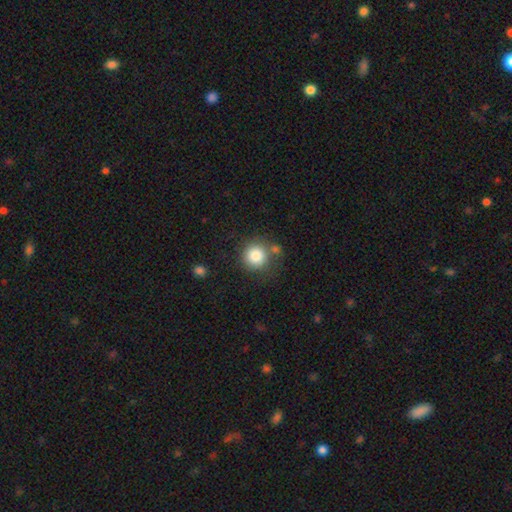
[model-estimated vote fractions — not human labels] Smooth or featured? Predicted: smooth (p=0.83). How rounded? Predicted: round (p=0.93). Merging? Predicted: none (p=0.73).